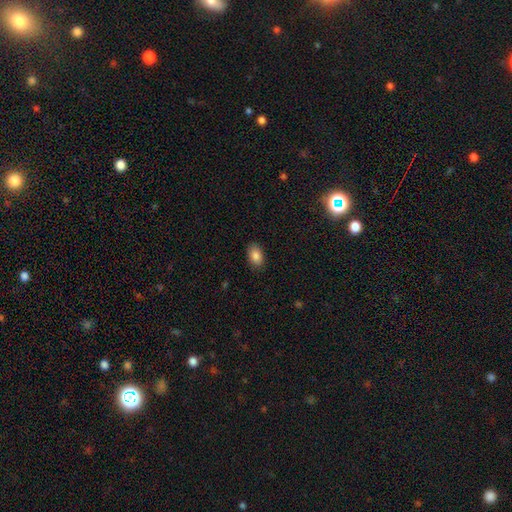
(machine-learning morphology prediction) Smooth or featured? Predicted: smooth (p=0.87). How rounded? Predicted: in between (p=0.90). Merging? Predicted: none (p=0.87).